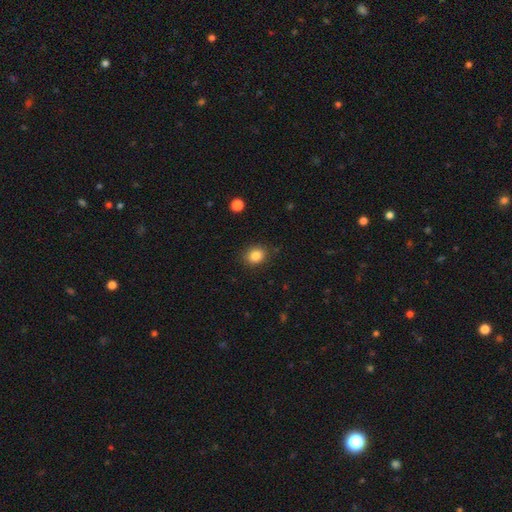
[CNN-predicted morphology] Smooth or featured?
  - smooth: 85% *
  - star or artifact: 10%
  - featured or disk: 5%
How rounded?
  - round: 57% *
  - in between: 42%
  - cigar-shaped: 1%
Merging?
  - none: 86% *
  - minor disturbance: 10%
  - major disturbance: 3%
  - merger: 1%